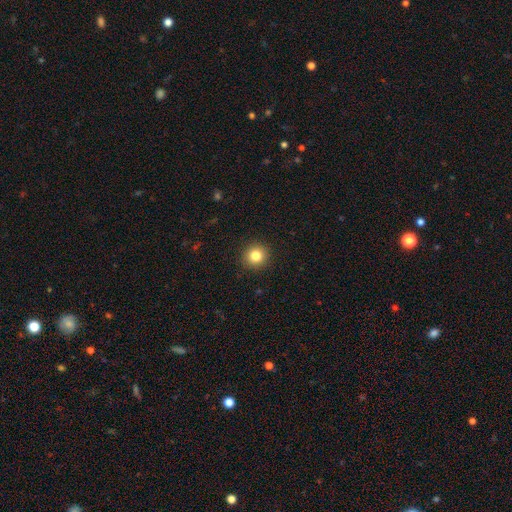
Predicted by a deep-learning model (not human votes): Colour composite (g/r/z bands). It shows a smooth galaxy with no disk features (83%) that is round (93%). Merging: none (92%).